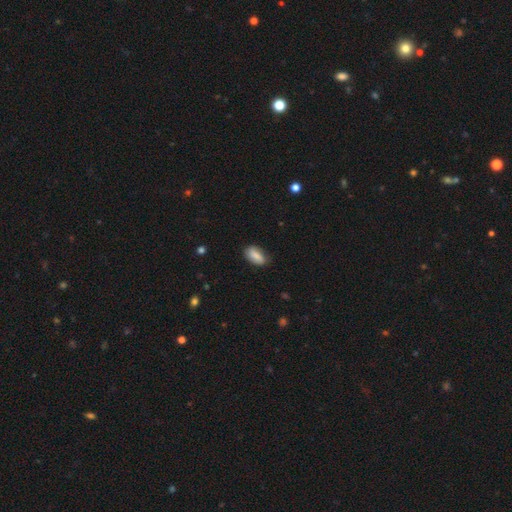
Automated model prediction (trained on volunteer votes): Smooth or featured: smooth — 85% (featured or disk — 8%)
How rounded: in between — 91% (cigar-shaped — 5%)
Merging: none — 80% (minor disturbance — 16%)